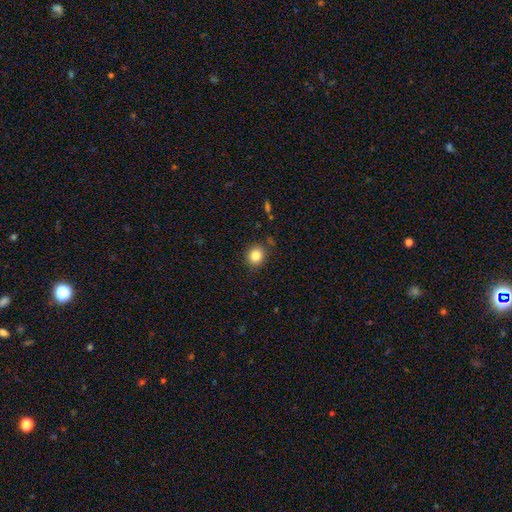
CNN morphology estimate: Smooth or featured?
  - smooth: 83% *
  - star or artifact: 11%
  - featured or disk: 6%
How rounded?
  - round: 85% *
  - in between: 14%
  - cigar-shaped: 1%
Merging?
  - none: 87% *
  - minor disturbance: 9%
  - major disturbance: 2%
  - merger: 2%